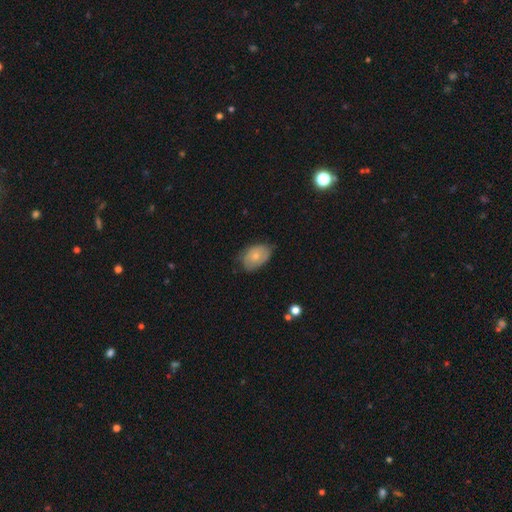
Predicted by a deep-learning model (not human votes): Morphology: type=smooth (66%); roundness=in between (87%); merging=none (62%).